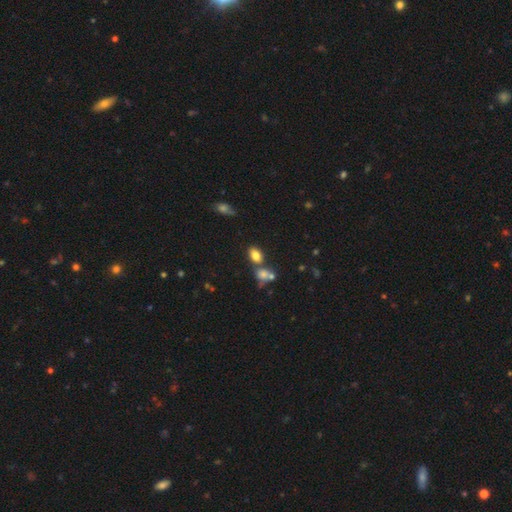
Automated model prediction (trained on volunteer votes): Q: Smooth or featured?
A: smooth (79%); runner-up: star or artifact (12%)
Q: How rounded?
A: in between (83%); runner-up: round (15%)
Q: Merging?
A: none (56%); runner-up: merger (28%)